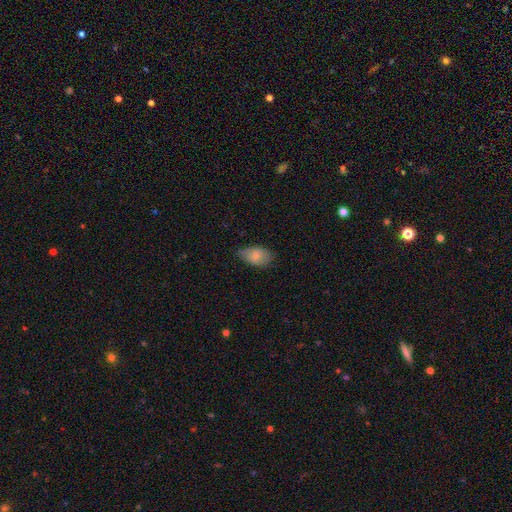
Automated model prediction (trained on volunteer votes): Smooth or featured? Predicted: smooth (p=0.78). How rounded? Predicted: in between (p=0.90). Merging? Predicted: none (p=0.63).